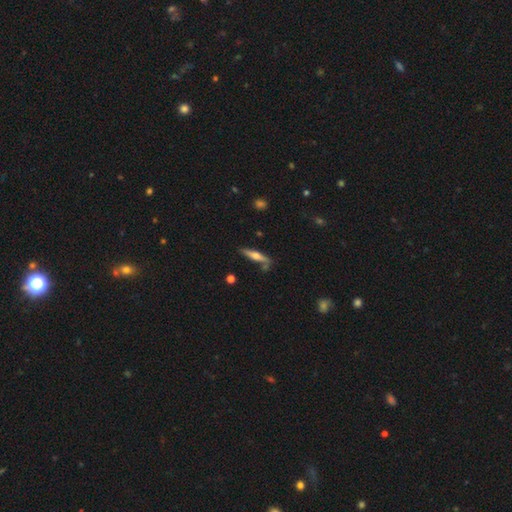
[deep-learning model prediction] A featured or disk galaxy (48%).

Vote fractions:
- Smooth or featured? featured or disk: 48% / smooth: 46% / star or artifact: 6%
- Merging? none: 72% / minor disturbance: 16% / merger: 8% / major disturbance: 4%